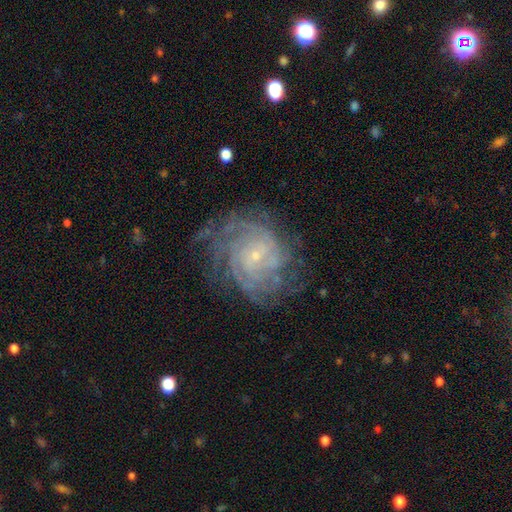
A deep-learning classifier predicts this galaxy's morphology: Q: Smooth or featured?
A: featured or disk (85%); runner-up: star or artifact (8%)
Q: Edge-on disk?
A: no (97%); runner-up: yes (3%)
Q: Bar?
A: no (67%); runner-up: weak (26%)
Q: Spiral arms?
A: yes (96%); runner-up: no (4%)
Q: Spiral winding?
A: tight (71%); runner-up: medium (24%)
Q: Spiral arm count?
A: can't tell (32%); runner-up: 4 (22%)
Q: Bulge size?
A: small (86%); runner-up: moderate (9%)
Q: Merging?
A: none (69%); runner-up: minor disturbance (18%)